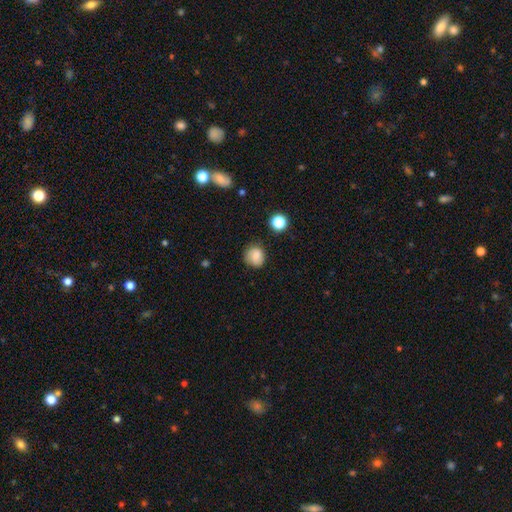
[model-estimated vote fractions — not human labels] smooth 76%, featured or disk 14%, star or artifact 10%. Down the decision tree: how rounded — round (79%); merging — none (72%).